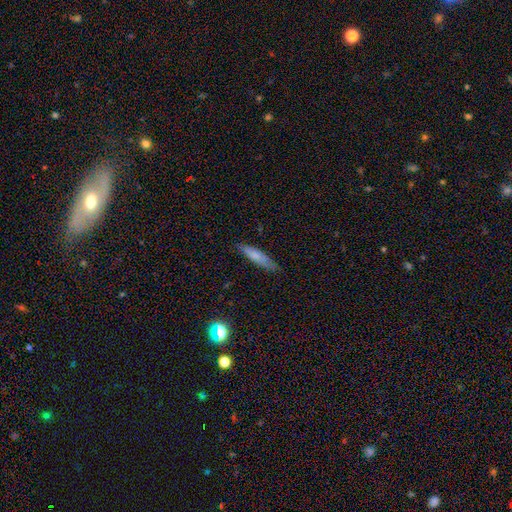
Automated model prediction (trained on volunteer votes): smooth 73%, featured or disk 20%, star or artifact 7%. Down the decision tree: how rounded — cigar-shaped (83%); merging — none (83%).